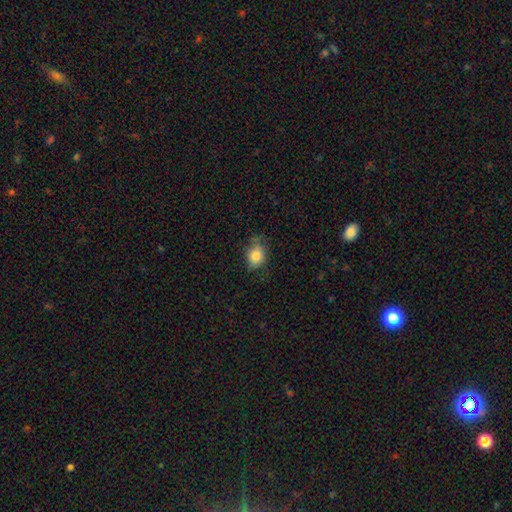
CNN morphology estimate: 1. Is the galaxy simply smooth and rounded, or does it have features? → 83% smooth, 9% star or artifact, 8% featured or disk.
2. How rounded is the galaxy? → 57% in between, 42% round, 1% cigar-shaped.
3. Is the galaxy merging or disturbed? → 60% none, 30% minor disturbance, 8% major disturbance, 2% merger.